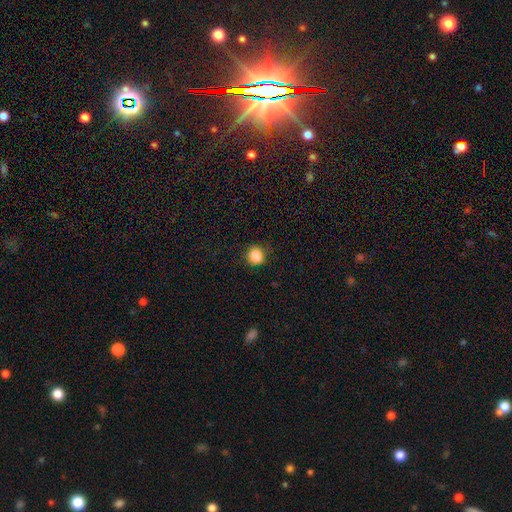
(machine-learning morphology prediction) Q: Smooth or featured?
A: smooth (87%); runner-up: star or artifact (10%)
Q: How rounded?
A: round (87%); runner-up: in between (12%)
Q: Merging?
A: none (84%); runner-up: minor disturbance (12%)